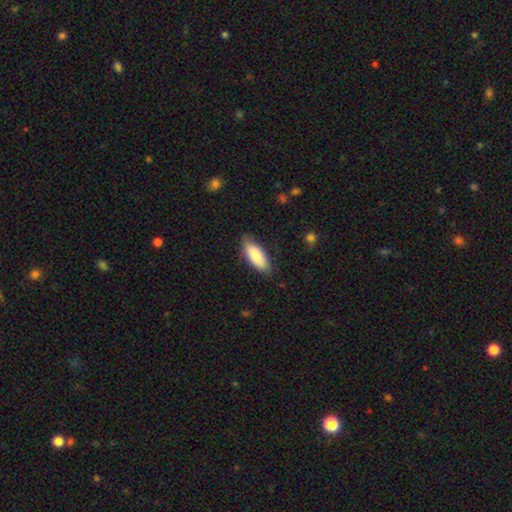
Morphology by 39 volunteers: This is clearly a smooth galaxy (82%). How rounded: possibly in between (50%). Merging: likely none (78%).